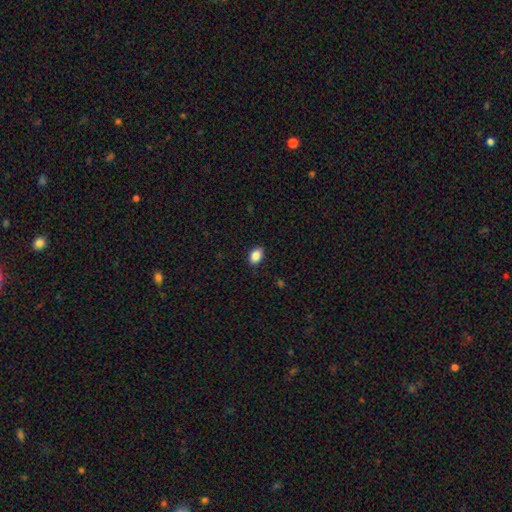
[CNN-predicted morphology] type=smooth (88%); roundness=in between (84%); merging=none (87%).